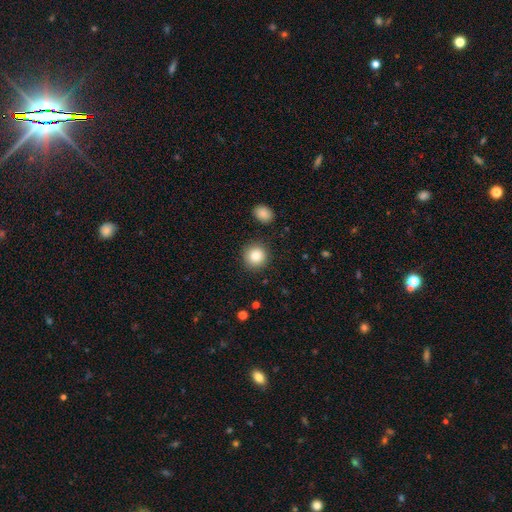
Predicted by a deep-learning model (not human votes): Smooth or featured? smooth (85%)
How rounded? round (92%)
Merging? none (88%)